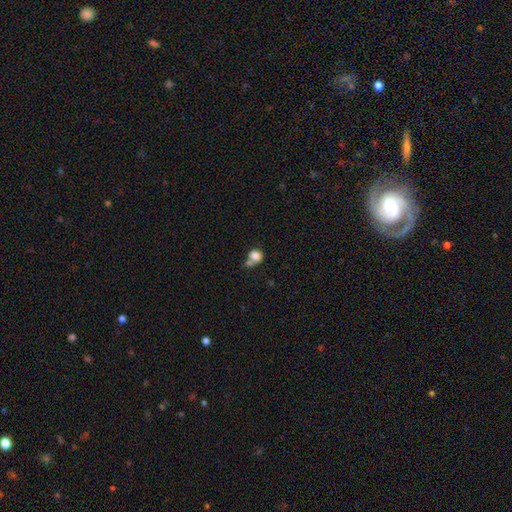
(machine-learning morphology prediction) Q: Smooth or featured?
A: smooth (81%); runner-up: star or artifact (10%)
Q: How rounded?
A: round (70%); runner-up: in between (29%)
Q: Merging?
A: merger (43%); runner-up: none (38%)